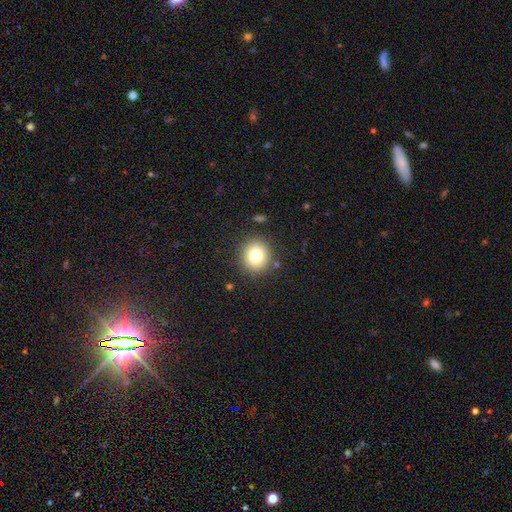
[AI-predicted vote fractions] smooth_or_featured: smooth (p=0.78) [alt: star or artifact p=0.12]
how_rounded: round (p=0.88) [alt: in between p=0.11]
merging: none (p=0.87) [alt: minor disturbance p=0.08]